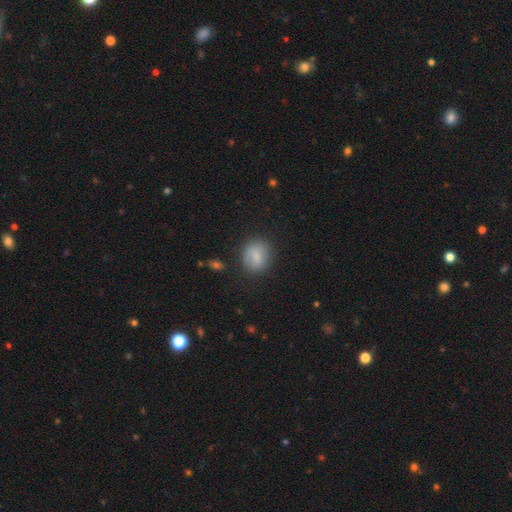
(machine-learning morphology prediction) Smooth or featured? Predicted: smooth (p=0.78). How rounded? Predicted: round (p=0.55). Merging? Predicted: none (p=0.78).